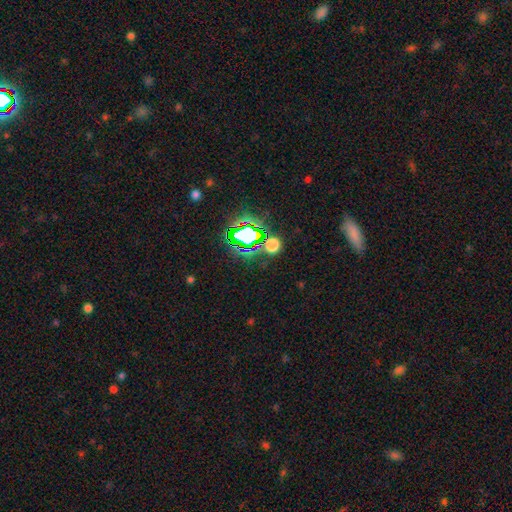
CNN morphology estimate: smooth-or-featured: star or artifact: 63% | smooth: 24% | featured or disk: 13%